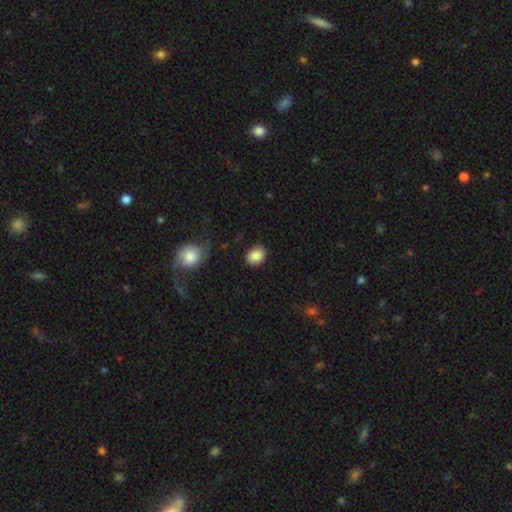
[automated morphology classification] smooth_or_featured: smooth (p=0.86) [alt: star or artifact p=0.08]
how_rounded: round (p=0.56) [alt: in between p=0.43]
merging: none (p=0.81) [alt: minor disturbance p=0.14]